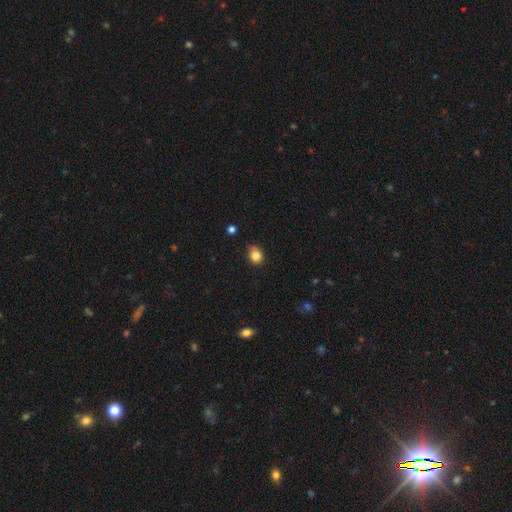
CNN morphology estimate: This appears to be a smooth galaxy with no disk features (83%) that is round (65%). Merging: none (66%).